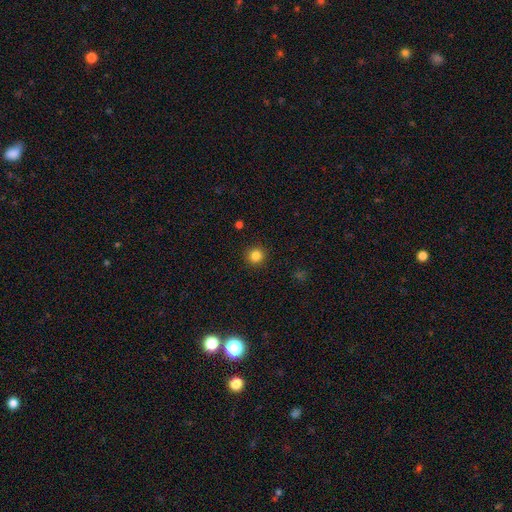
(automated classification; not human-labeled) A smooth galaxy with no disk features (84%) that is round (94%). Merging: none (92%).